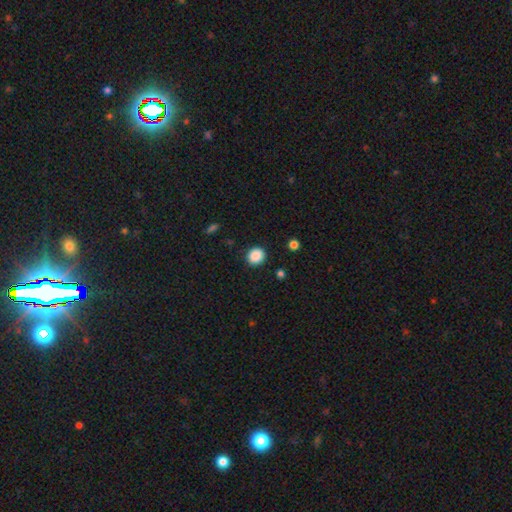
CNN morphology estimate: The model was most divided on "how rounded": round: 82%, in between: 17%, cigar-shaped: 1%. More confident: merging — none (90%); smooth or featured — smooth (88%).